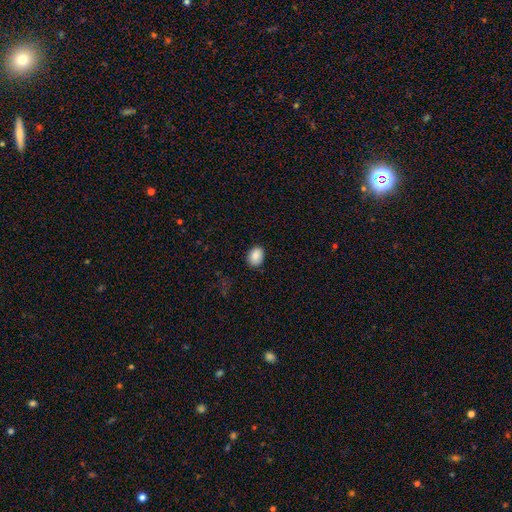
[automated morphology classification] A smooth galaxy with no disk features (88%) that is in between round and cigar-shaped (66%). Merging: none (83%).